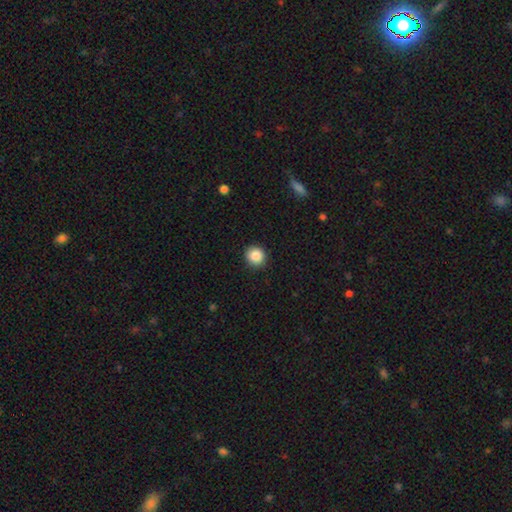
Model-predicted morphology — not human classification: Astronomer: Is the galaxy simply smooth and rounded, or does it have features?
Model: smooth — 87%.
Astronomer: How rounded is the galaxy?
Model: round — 91%.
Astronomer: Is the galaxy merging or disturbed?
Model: none — 91%.